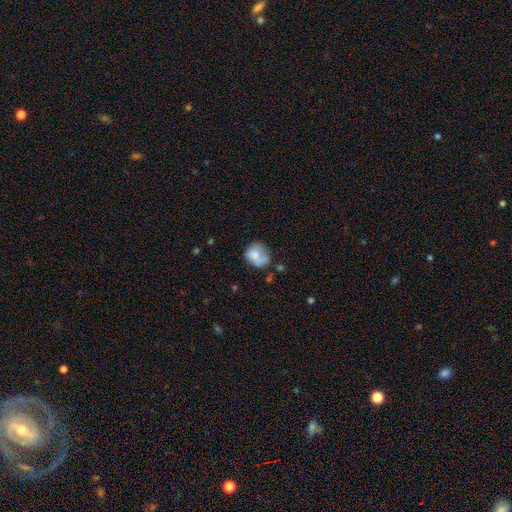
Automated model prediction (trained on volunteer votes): This appears to be a smooth galaxy with no disk features (72%) that is round (62%). Merging: none (44%).